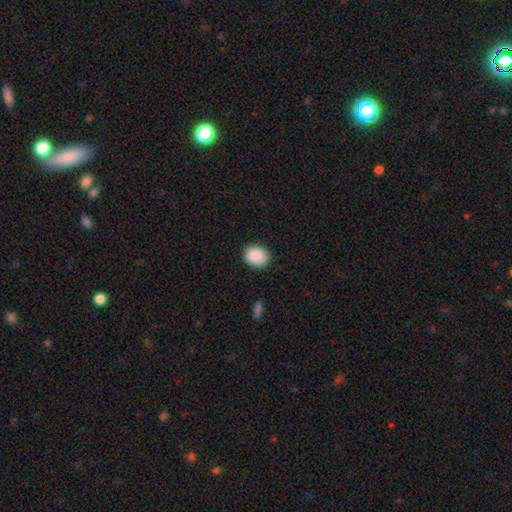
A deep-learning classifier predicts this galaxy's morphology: smooth 89%, star or artifact 7%, featured or disk 4%. Down the decision tree: how rounded — round (50%); merging — none (88%).